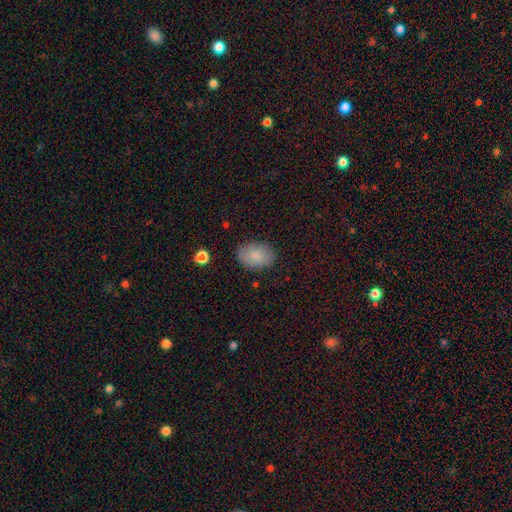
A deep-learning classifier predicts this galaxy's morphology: This appears to be a smooth galaxy with no disk features (84%) that is in between round and cigar-shaped (83%). Merging: none (84%).